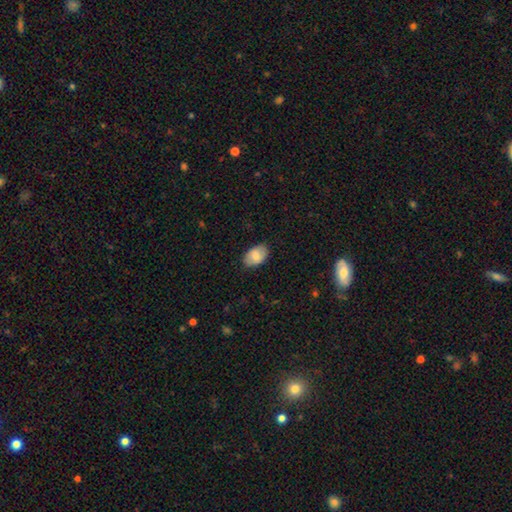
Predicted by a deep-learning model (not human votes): Smooth or featured?
  - smooth: 78% *
  - featured or disk: 15%
  - star or artifact: 7%
How rounded?
  - in between: 91% *
  - round: 8%
  - cigar-shaped: 1%
Merging?
  - none: 84% *
  - minor disturbance: 12%
  - major disturbance: 3%
  - merger: 1%